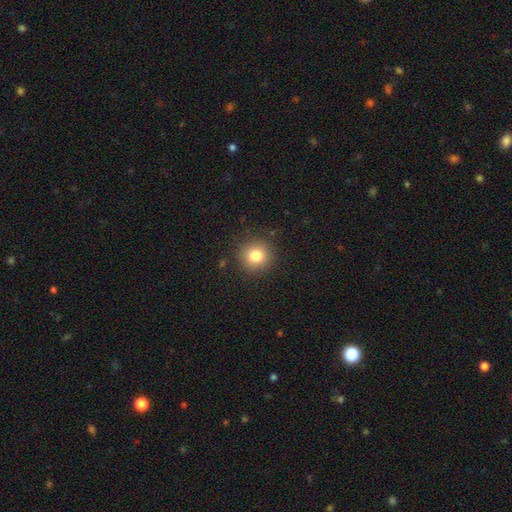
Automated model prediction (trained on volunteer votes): Morphology: type=smooth (81%); roundness=round (92%); merging=none (89%).